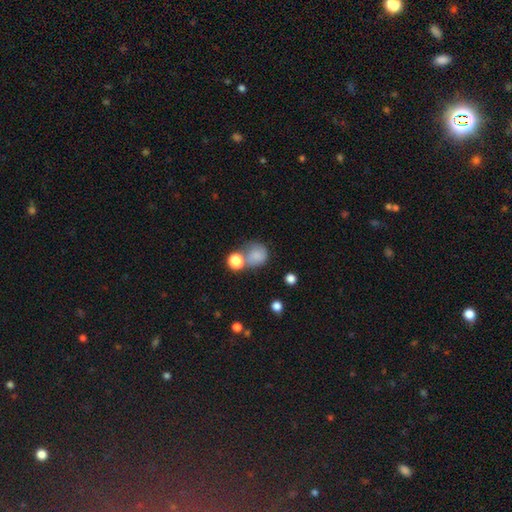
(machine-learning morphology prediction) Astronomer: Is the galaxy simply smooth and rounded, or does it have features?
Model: smooth — 79%.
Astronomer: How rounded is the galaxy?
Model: round — 78%.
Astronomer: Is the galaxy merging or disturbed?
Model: none — 44% (runner-up: merger, 29%).